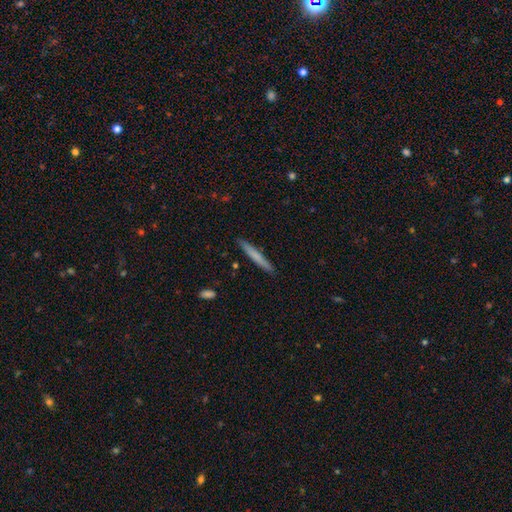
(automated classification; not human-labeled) smooth 68%, featured or disk 26%, star or artifact 6%. Down the decision tree: how rounded — cigar-shaped (96%); merging — none (90%).